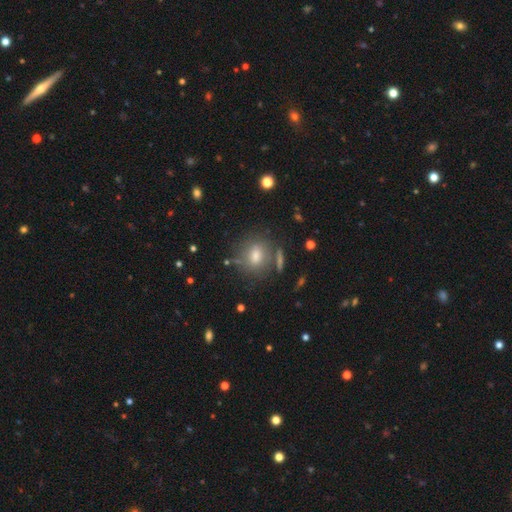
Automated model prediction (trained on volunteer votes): smooth 67%, star or artifact 17%, featured or disk 16%. Down the decision tree: how rounded — round (70%); merging — none (75%).